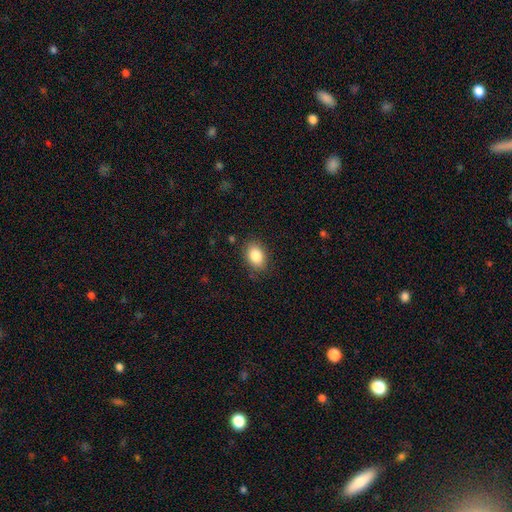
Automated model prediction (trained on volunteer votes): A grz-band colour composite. It shows a smooth galaxy with no disk features (85%) that is in between round and cigar-shaped (83%). Merging: none (85%).